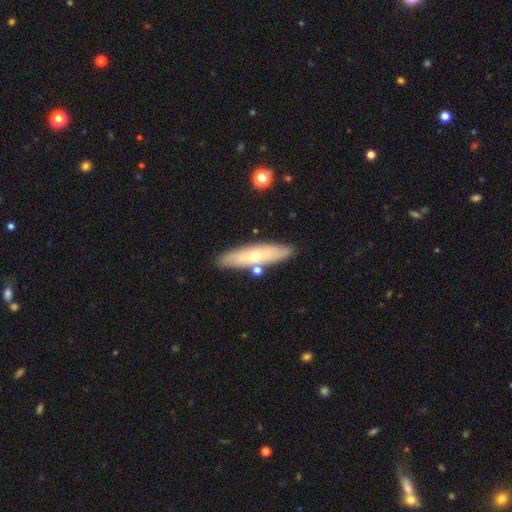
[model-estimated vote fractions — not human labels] smooth_or_featured: smooth (p=0.55) [alt: featured or disk p=0.38]
how_rounded: cigar-shaped (p=0.69) [alt: in between p=0.29]
merging: none (p=0.81) [alt: minor disturbance p=0.11]